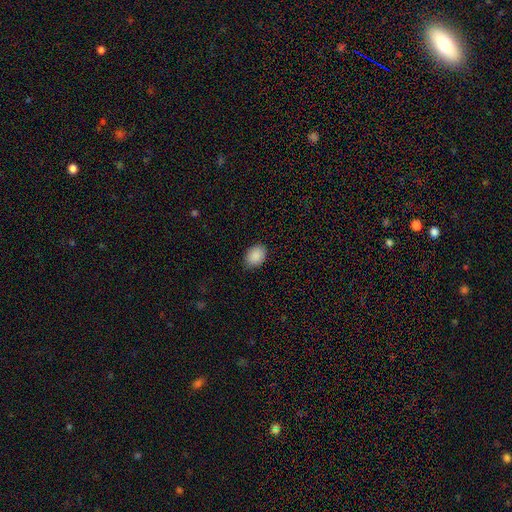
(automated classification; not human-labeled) Q: Smooth or featured?
A: smooth (90%); runner-up: star or artifact (7%)
Q: How rounded?
A: in between (77%); runner-up: round (22%)
Q: Merging?
A: none (84%); runner-up: minor disturbance (12%)